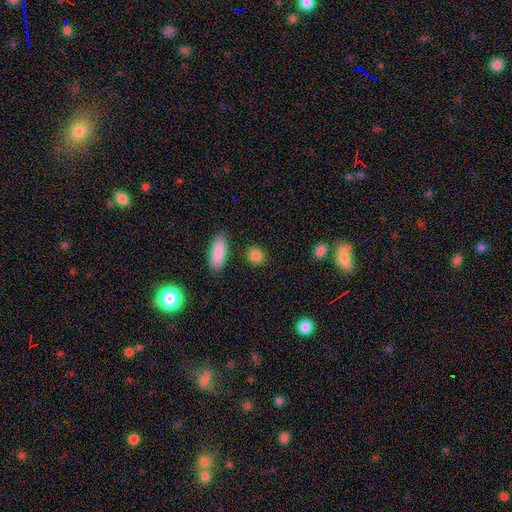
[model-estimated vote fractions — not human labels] Overall: smooth (87%). How rounded: round (65%; in between 32%). Merging: none (88%).